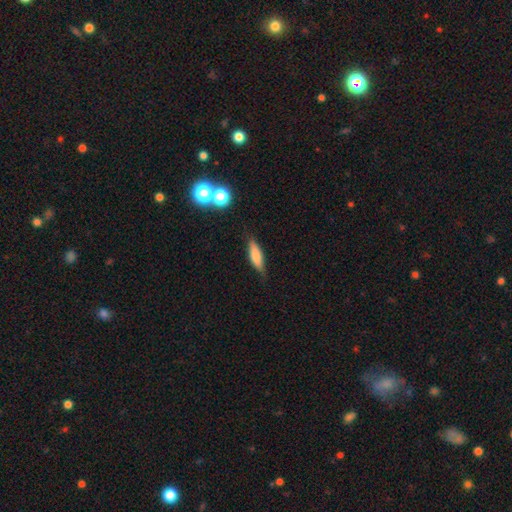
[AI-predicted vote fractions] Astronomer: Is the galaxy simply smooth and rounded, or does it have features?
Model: smooth — 74%.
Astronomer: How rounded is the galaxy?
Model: cigar-shaped — 56% (runner-up: in between, 42%).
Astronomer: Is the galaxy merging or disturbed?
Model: none — 79%.